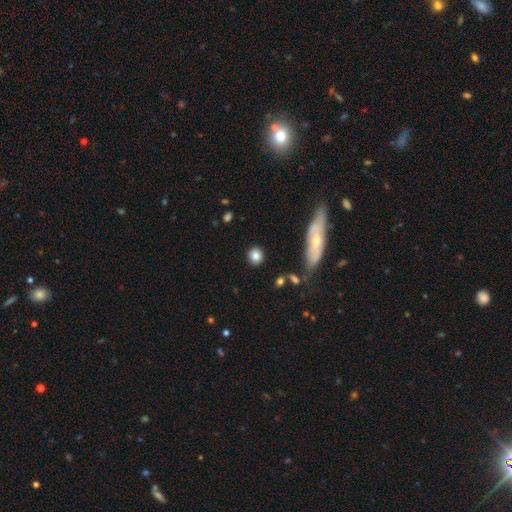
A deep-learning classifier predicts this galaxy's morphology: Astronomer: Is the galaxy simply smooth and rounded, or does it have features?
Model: smooth — 83%.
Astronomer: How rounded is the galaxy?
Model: round — 85%.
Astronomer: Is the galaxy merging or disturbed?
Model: none — 86%.